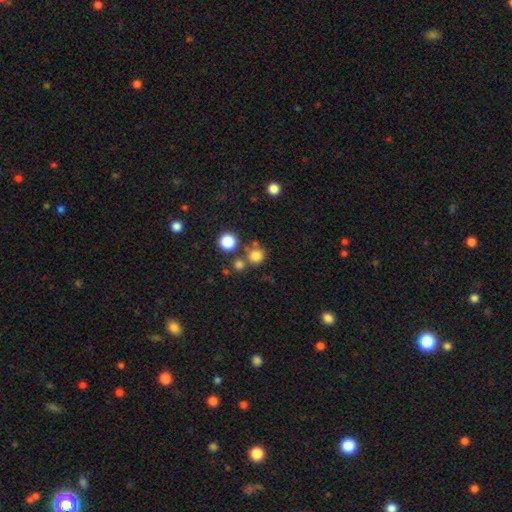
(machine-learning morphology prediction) This is likely a smooth galaxy (78%). How rounded: clearly round (87%). Merging: likely none (67%).